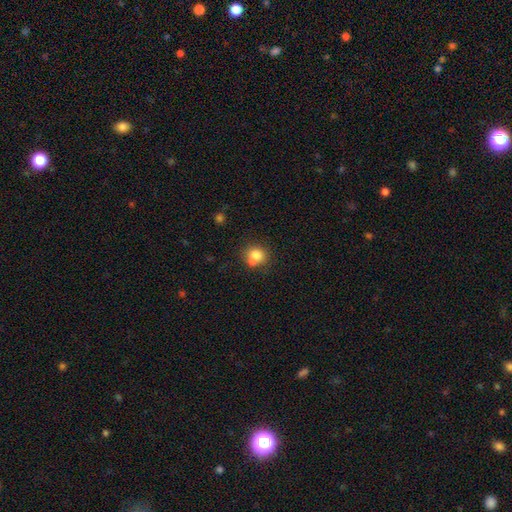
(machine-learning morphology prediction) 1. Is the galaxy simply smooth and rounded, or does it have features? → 77% smooth, 12% featured or disk, 11% star or artifact.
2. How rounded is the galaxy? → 79% round, 21% in between, 1% cigar-shaped.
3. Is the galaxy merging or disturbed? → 52% none, 34% merger, 11% minor disturbance, 3% major disturbance.